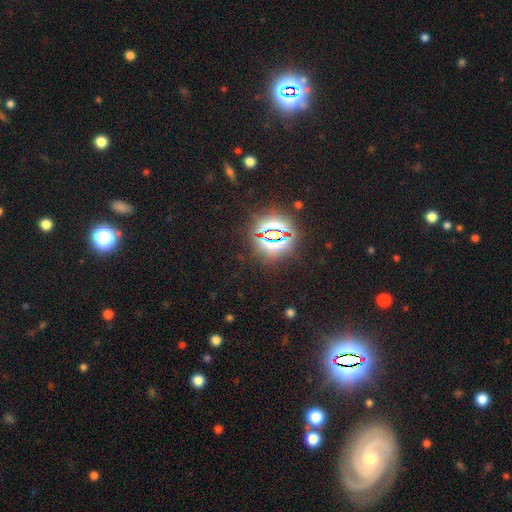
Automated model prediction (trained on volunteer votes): Smooth or featured?
  - star or artifact: 79% *
  - smooth: 13%
  - featured or disk: 9%